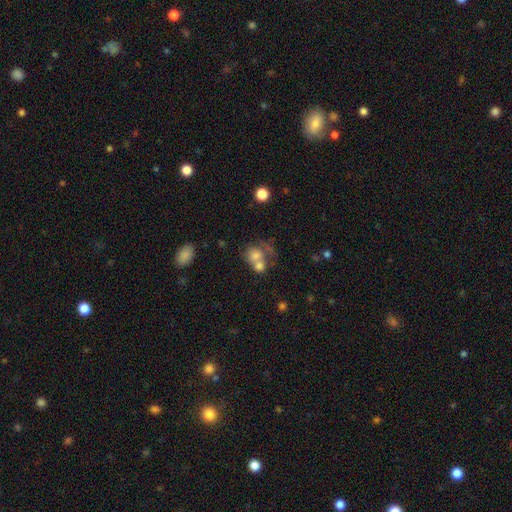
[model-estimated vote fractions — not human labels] Overall: smooth (69%). How rounded: round (66%; in between 33%). Merging: merger (57%; none 24%).